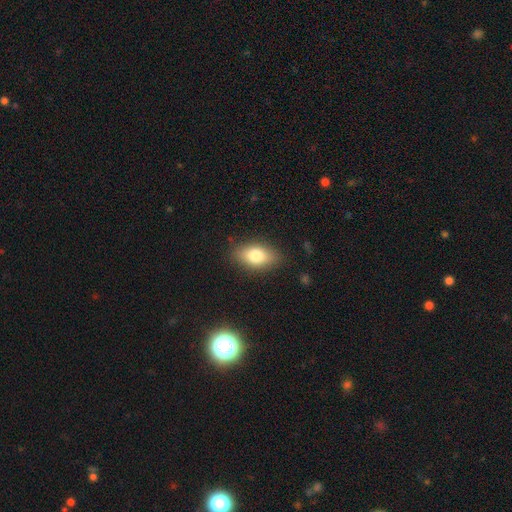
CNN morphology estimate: smooth 80%, featured or disk 12%, star or artifact 8%. Down the decision tree: how rounded — in between (89%); merging — none (83%).